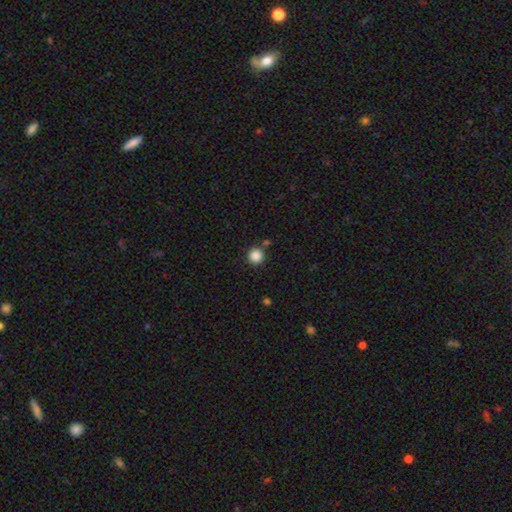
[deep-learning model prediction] Smooth or featured: smooth — 87% (star or artifact — 11%)
How rounded: round — 95% (in between — 4%)
Merging: none — 84% (minor disturbance — 7%)